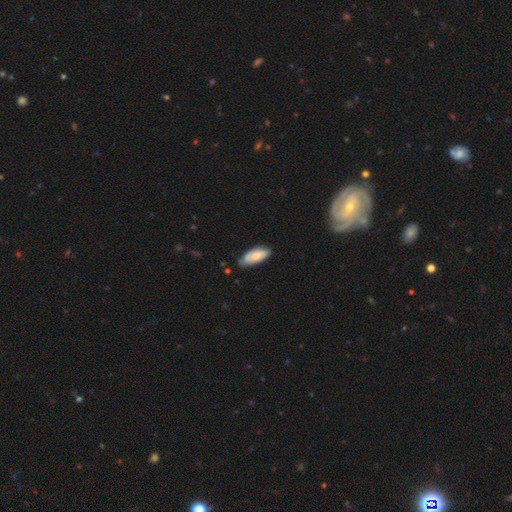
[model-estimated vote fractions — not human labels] This is likely a smooth galaxy (74%). How rounded: likely in between (80%). Merging: likely none (64%).